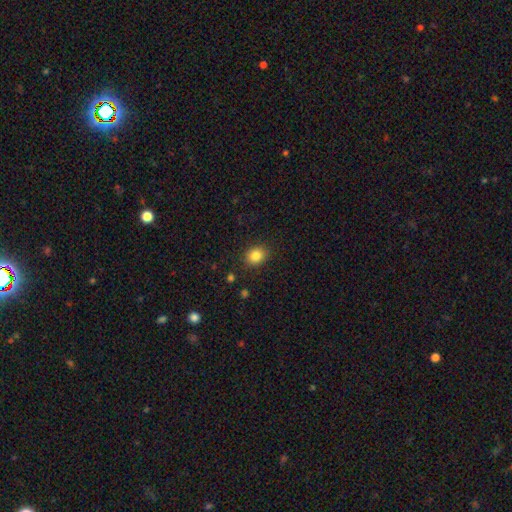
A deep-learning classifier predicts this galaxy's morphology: smooth 84%, star or artifact 11%, featured or disk 5%. Down the decision tree: how rounded — round (60%); merging — none (87%).